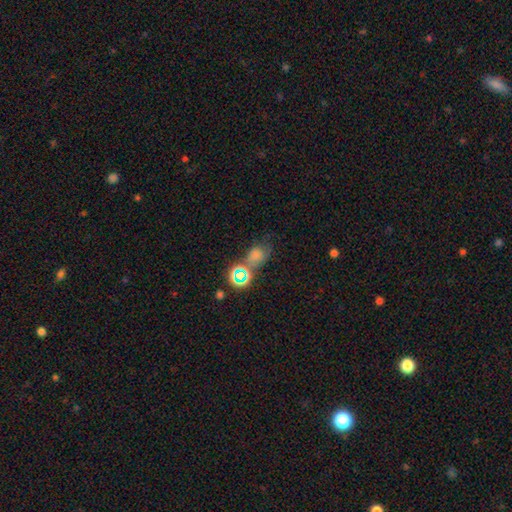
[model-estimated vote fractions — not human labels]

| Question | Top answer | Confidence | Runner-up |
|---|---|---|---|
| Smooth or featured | smooth | 60% | star or artifact (28%) |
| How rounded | round | 50% | in between (48%) |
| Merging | none | 45% | merger (21%) |